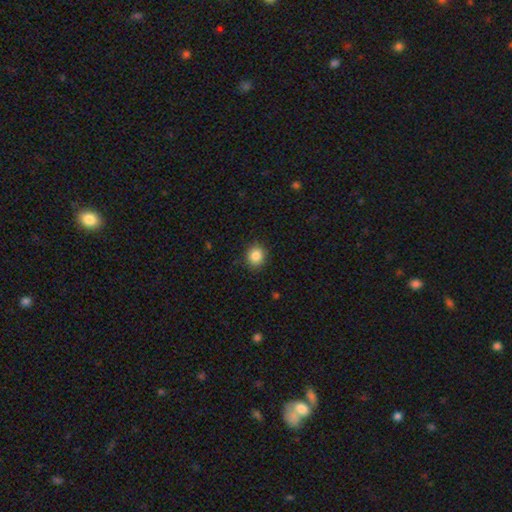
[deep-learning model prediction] Q: Smooth or featured?
A: smooth (86%); runner-up: star or artifact (10%)
Q: How rounded?
A: round (78%); runner-up: in between (21%)
Q: Merging?
A: none (89%); runner-up: minor disturbance (8%)